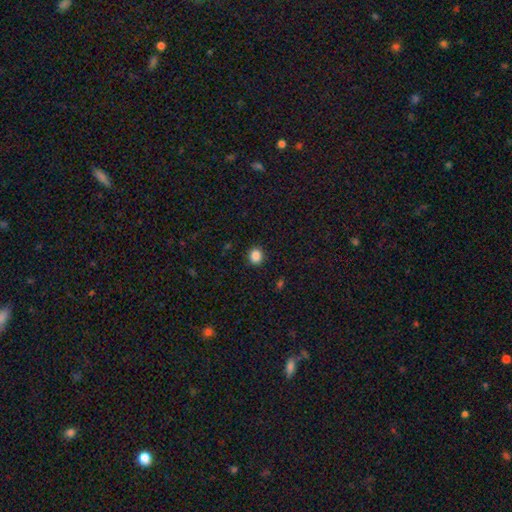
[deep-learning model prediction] Overall: smooth (86%). How rounded: round (72%). Merging: none (89%).